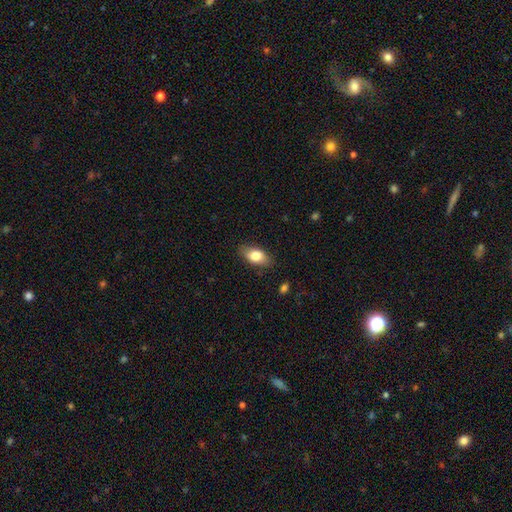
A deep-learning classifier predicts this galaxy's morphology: Smooth or featured: smooth — 79% (featured or disk — 14%)
How rounded: in between — 89% (round — 6%)
Merging: none — 84% (minor disturbance — 13%)